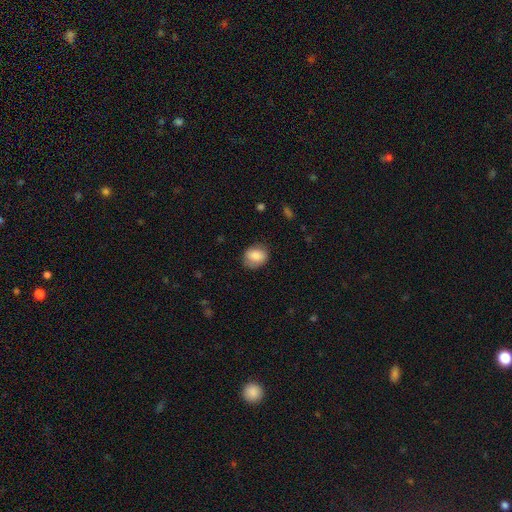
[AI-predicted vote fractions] This is clearly a smooth galaxy (82%). How rounded: possibly in between (50%). Merging: likely none (75%).